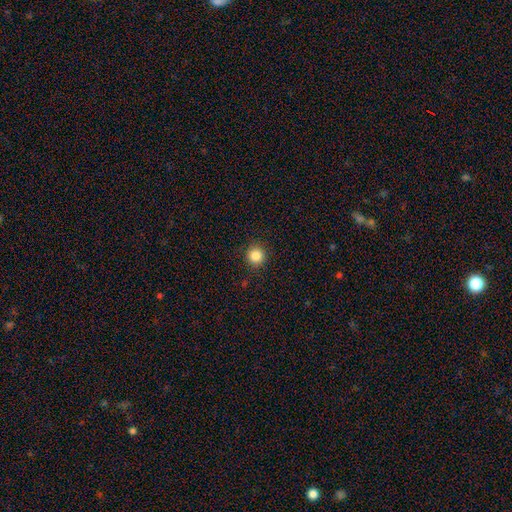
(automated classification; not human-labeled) Smooth or featured? smooth (85%)
How rounded? round (94%)
Merging? none (91%)